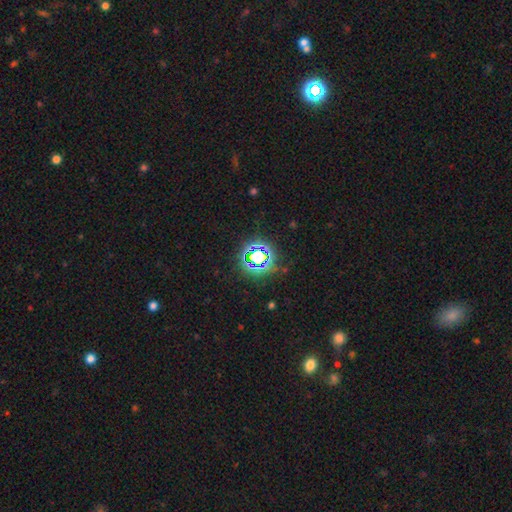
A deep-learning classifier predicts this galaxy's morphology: This is likely a star or artifact rather than a galaxy (69%).